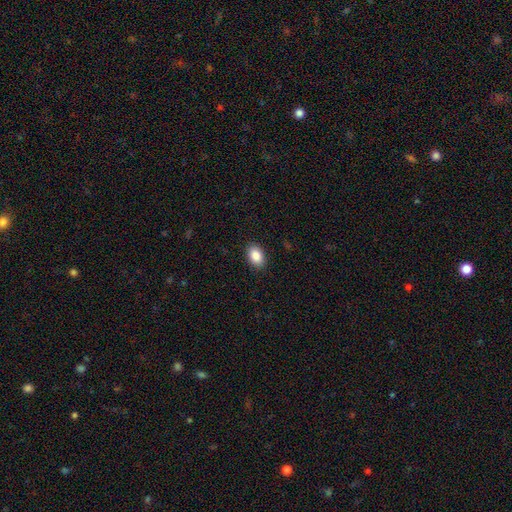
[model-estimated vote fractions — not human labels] Morphology: type=smooth (89%); roundness=in between (86%); merging=none (90%).